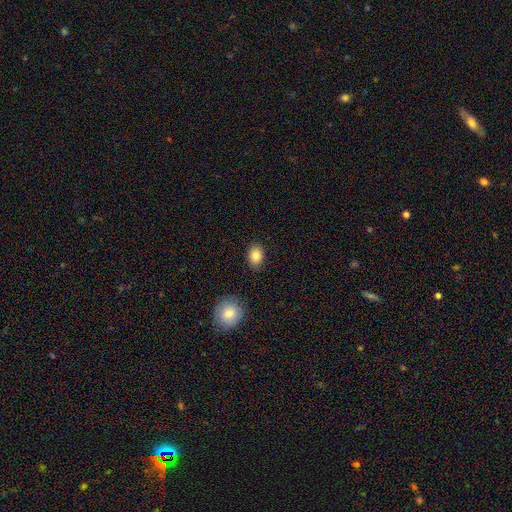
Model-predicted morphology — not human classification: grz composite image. It shows a smooth galaxy with no disk features (85%) that is in between round and cigar-shaped (72%). Merging: none (87%).